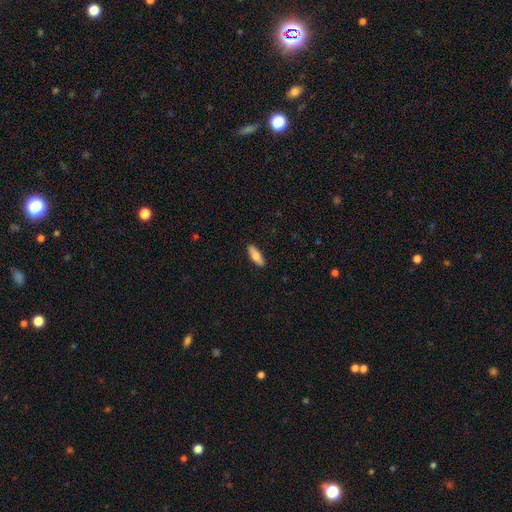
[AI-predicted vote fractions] The model was most divided on "how rounded": in between: 54%, cigar-shaped: 44%, round: 2%. More confident: merging — none (90%); smooth or featured — smooth (74%).